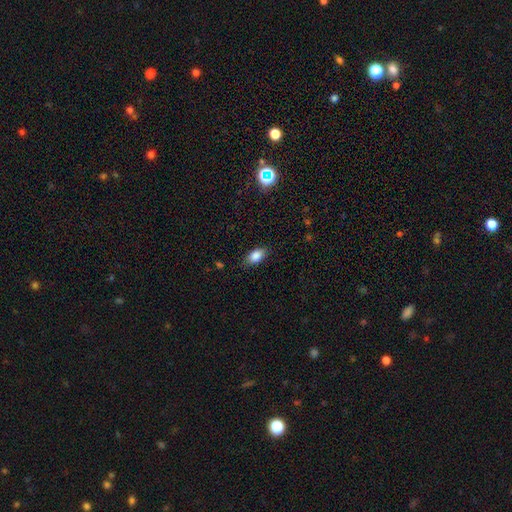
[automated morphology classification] smooth_or_featured: smooth (p=0.85) [alt: star or artifact p=0.09]
how_rounded: in between (p=0.89) [alt: round p=0.08]
merging: none (p=0.82) [alt: minor disturbance p=0.14]